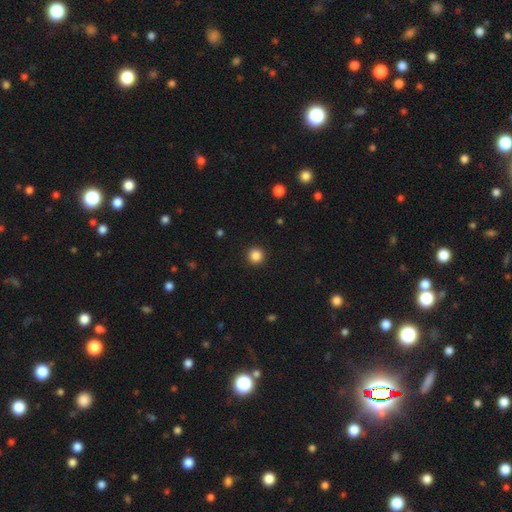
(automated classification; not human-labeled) Smooth or featured?
  - smooth: 85% *
  - star or artifact: 11%
  - featured or disk: 3%
How rounded?
  - round: 95% *
  - in between: 4%
  - cigar-shaped: 1%
Merging?
  - none: 93% *
  - minor disturbance: 5%
  - major disturbance: 2%
  - merger: 1%